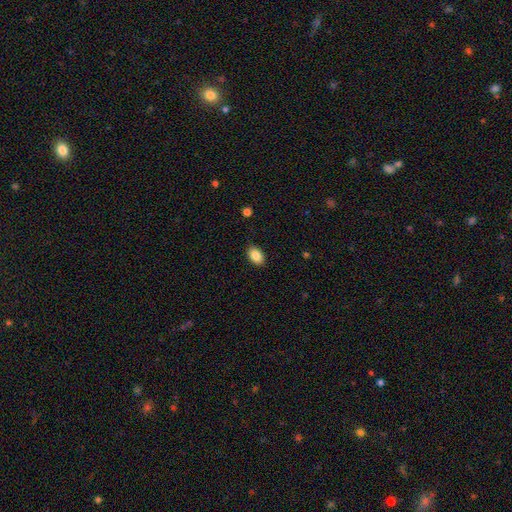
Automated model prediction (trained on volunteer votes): Overall: smooth (86%). How rounded: in between (85%). Merging: none (88%).